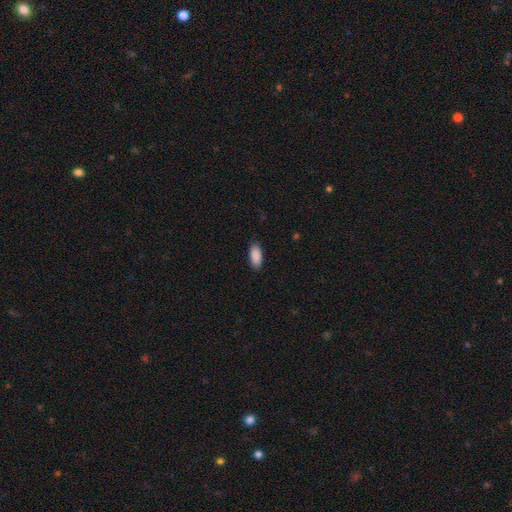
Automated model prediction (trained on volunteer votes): The model was most divided on "how rounded": in between: 88%, cigar-shaped: 10%, round: 2%. More confident: smooth or featured — smooth (91%); merging — none (88%).